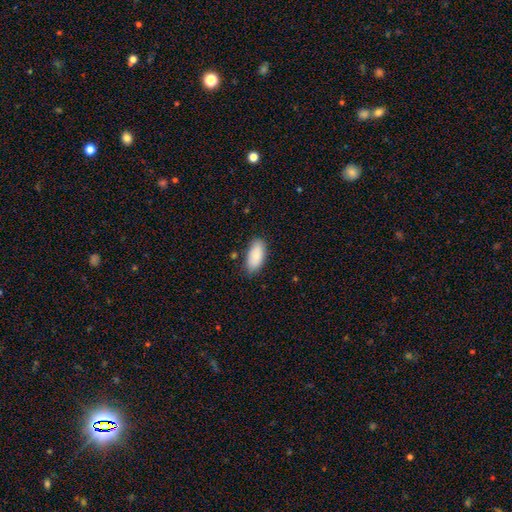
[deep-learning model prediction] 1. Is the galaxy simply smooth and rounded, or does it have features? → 87% smooth, 7% featured or disk, 6% star or artifact.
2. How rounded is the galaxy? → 90% in between, 8% cigar-shaped, 2% round.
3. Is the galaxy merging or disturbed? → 82% none, 14% minor disturbance, 3% major disturbance, 2% merger.